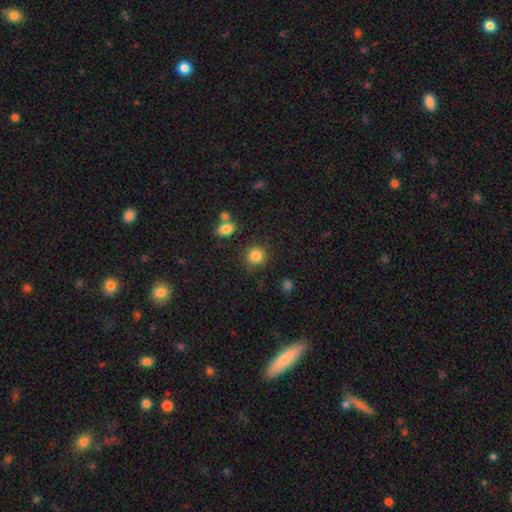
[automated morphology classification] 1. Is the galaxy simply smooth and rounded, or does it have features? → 84% smooth, 11% star or artifact, 5% featured or disk.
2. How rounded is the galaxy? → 89% round, 10% in between, 1% cigar-shaped.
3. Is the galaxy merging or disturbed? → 84% none, 9% minor disturbance, 4% merger, 3% major disturbance.